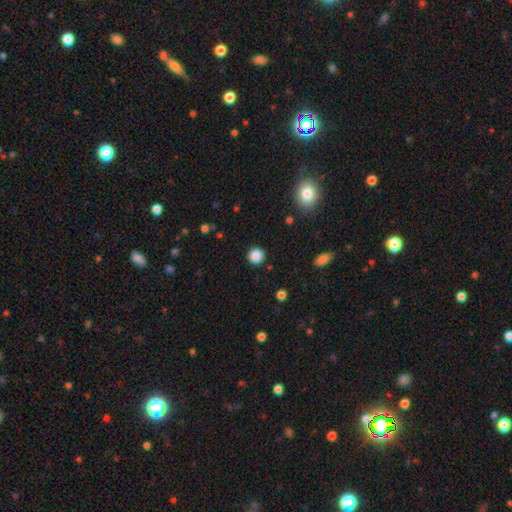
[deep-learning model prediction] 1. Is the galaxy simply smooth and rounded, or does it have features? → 85% smooth, 11% star or artifact, 3% featured or disk.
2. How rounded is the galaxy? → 94% round, 6% in between, 1% cigar-shaped.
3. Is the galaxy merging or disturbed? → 90% none, 7% minor disturbance, 2% major disturbance, 1% merger.